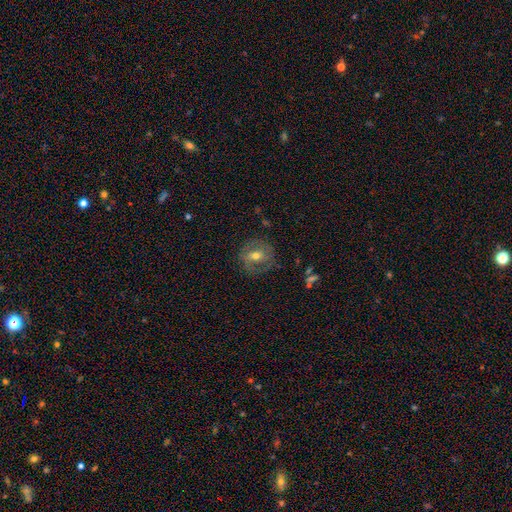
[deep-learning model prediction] Smooth or featured?
  - featured or disk: 57% *
  - smooth: 34%
  - star or artifact: 9%
Edge-on disk?
  - no: 94% *
  - yes: 6%
Bar?
  - weak: 39% *
  - no: 35%
  - strong: 25%
Spiral arms?
  - no: 54% *
  - yes: 46%
Bulge size?
  - moderate: 69% *
  - small: 24%
  - large: 4%
  - none: 1%
  - dominant: 1%
Merging?
  - none: 78% *
  - minor disturbance: 14%
  - major disturbance: 7%
  - merger: 1%